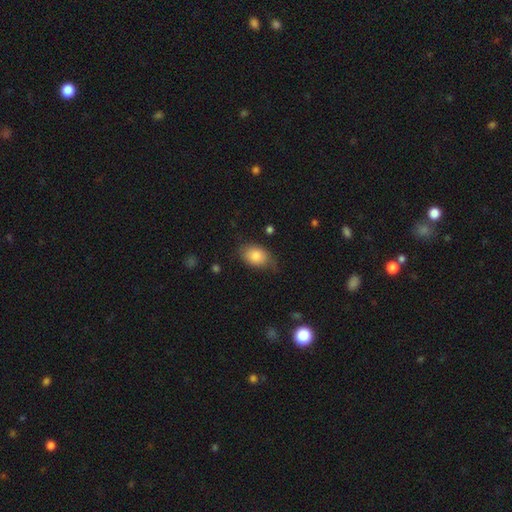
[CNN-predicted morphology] A smooth galaxy with no disk features (84%) that is in between round and cigar-shaped (80%).

Vote fractions:
- Smooth or featured? smooth: 84% / featured or disk: 9% / star or artifact: 7%
- How rounded? in between: 80% / round: 18% / cigar-shaped: 1%
- Merging? none: 65% / minor disturbance: 27% / major disturbance: 6% / merger: 2%